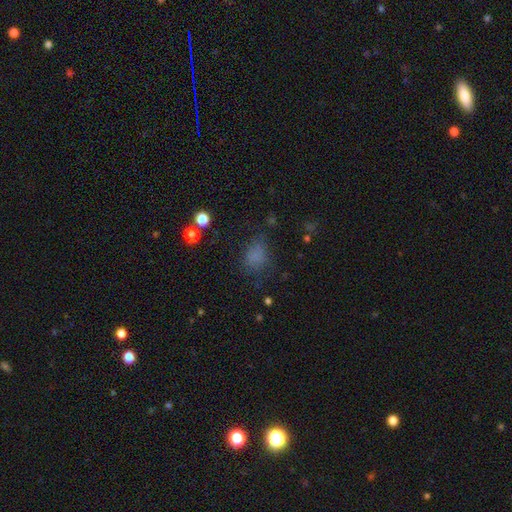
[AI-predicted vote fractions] This appears to be a smooth galaxy with no disk features (73%) that is in between round and cigar-shaped (59%). Merging: none (64%).